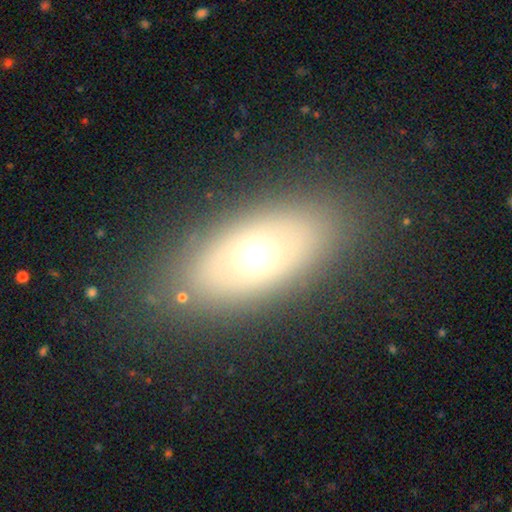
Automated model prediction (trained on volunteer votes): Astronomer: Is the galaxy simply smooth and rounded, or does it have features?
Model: smooth — 53% (runner-up: featured or disk, 38%).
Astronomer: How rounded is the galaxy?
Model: in between — 85%.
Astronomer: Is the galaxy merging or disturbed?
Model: none — 84%.